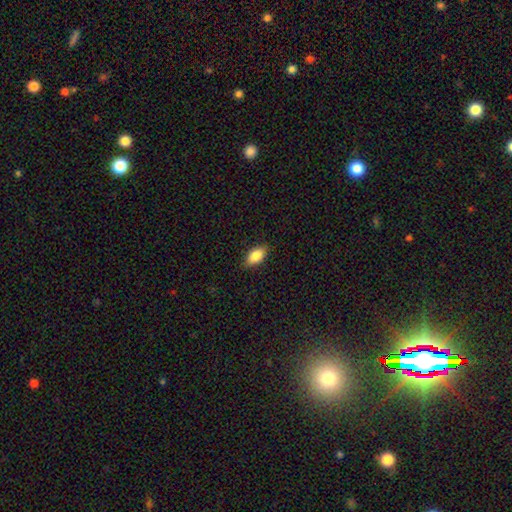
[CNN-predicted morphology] This is clearly a smooth galaxy (86%). How rounded: clearly in between (90%). Merging: clearly none (87%).